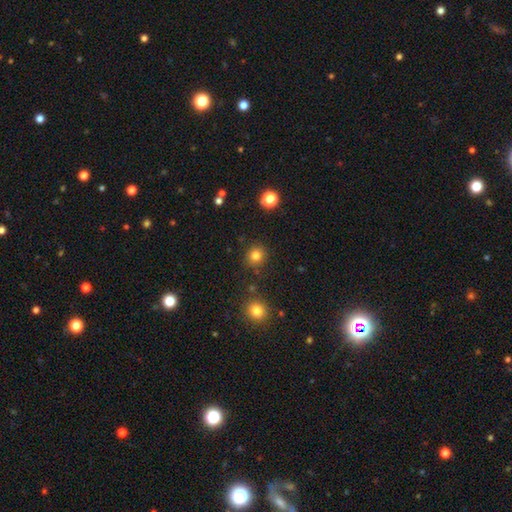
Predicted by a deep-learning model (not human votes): Q: Smooth or featured?
A: smooth (82%); runner-up: star or artifact (13%)
Q: How rounded?
A: round (85%); runner-up: in between (14%)
Q: Merging?
A: none (87%); runner-up: minor disturbance (8%)